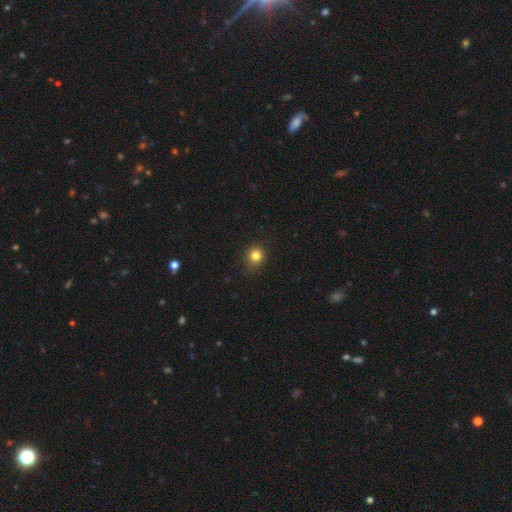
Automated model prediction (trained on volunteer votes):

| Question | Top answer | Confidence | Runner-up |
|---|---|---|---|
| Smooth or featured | smooth | 82% | star or artifact (13%) |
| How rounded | round | 82% | in between (17%) |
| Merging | none | 86% | minor disturbance (11%) |